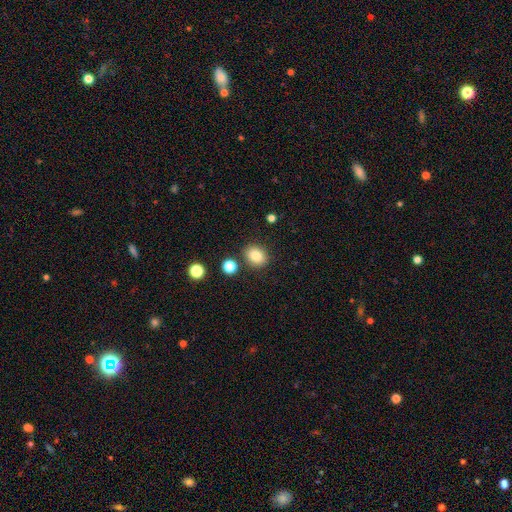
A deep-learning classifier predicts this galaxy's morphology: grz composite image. It shows a smooth galaxy with no disk features (84%) that is round (52%). Merging: none (84%).